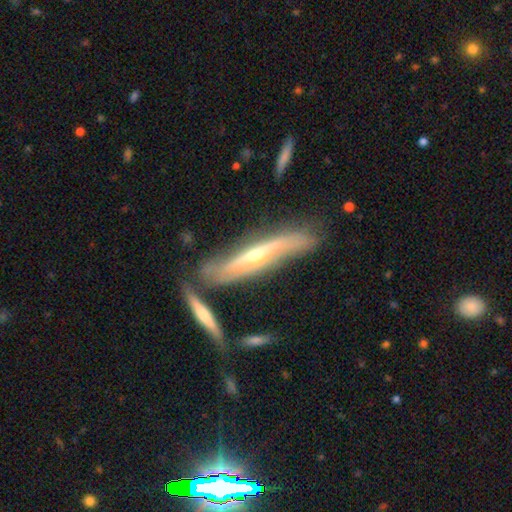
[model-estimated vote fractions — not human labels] A featured or disk galaxy (76%) viewed edge-on (71%) with a rounded central bulge (80%).

Vote fractions:
- Smooth or featured? featured or disk: 76% / smooth: 18% / star or artifact: 6%
- Edge-on disk? yes: 71% / no: 29%
- Edge-on bulge? rounded: 80% / none: 17% / boxy: 3%
- Merging? none: 65% / minor disturbance: 18% / merger: 12% / major disturbance: 5%